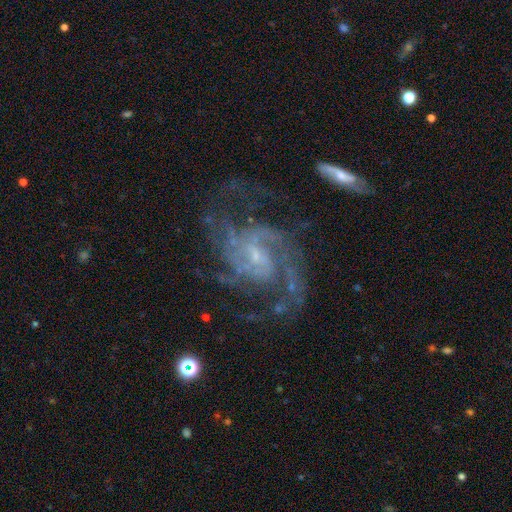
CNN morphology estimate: Smooth or featured? Predicted: featured or disk (p=0.89). Edge-on disk? Predicted: no (p=0.97). Bar? Predicted: no (p=0.45). Spiral arms? Predicted: yes (p=0.96). Spiral winding? Predicted: medium (p=0.51). Spiral arm count? Predicted: 2 (p=0.34). Bulge size? Predicted: small (p=0.71). Merging? Predicted: none (p=0.61).